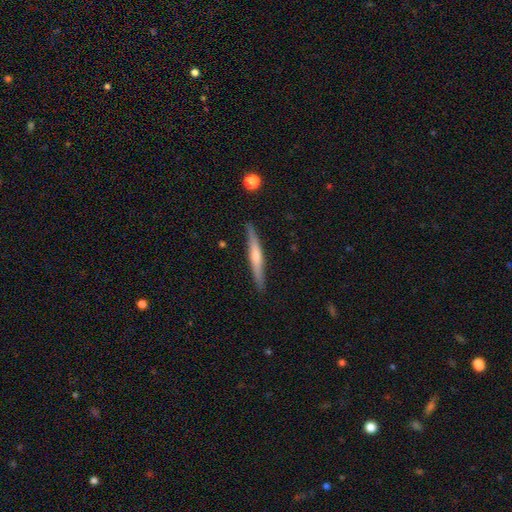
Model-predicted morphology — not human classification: smooth_or_featured: featured or disk (p=0.56) [alt: smooth p=0.38]
disk_edge_on: yes (p=0.96) [alt: no p=0.04]
edge_on_bulge: rounded (p=0.69) [alt: none p=0.23]
merging: none (p=0.89) [alt: minor disturbance p=0.08]